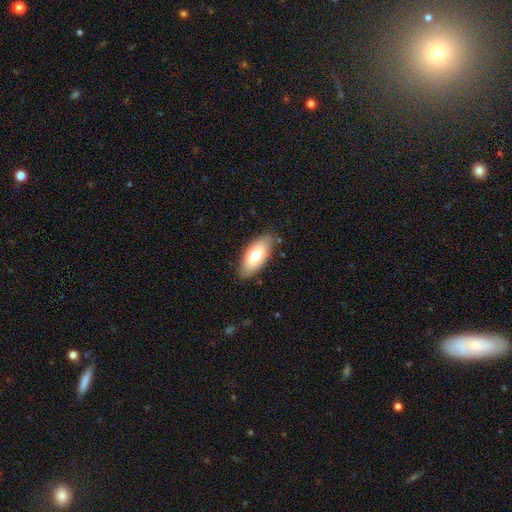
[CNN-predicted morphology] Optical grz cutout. It shows a smooth galaxy with no disk features (70%) that is in between round and cigar-shaped (86%). Merging: none (83%).